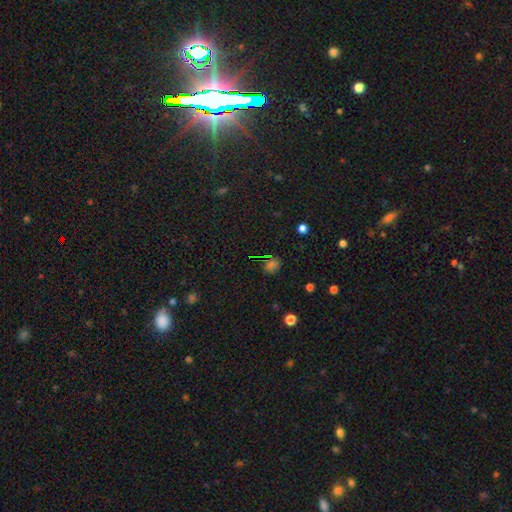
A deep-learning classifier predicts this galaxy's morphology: type=star or artifact (55%).